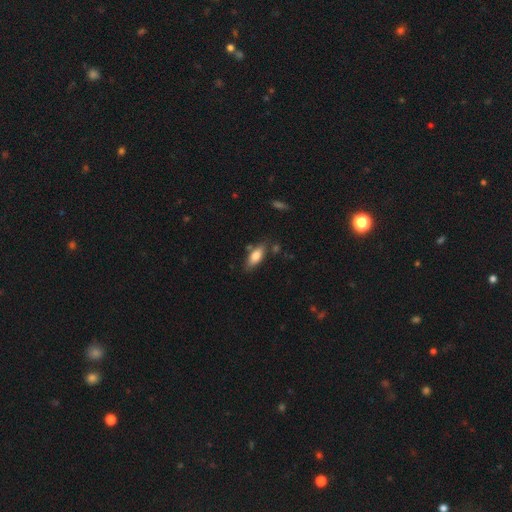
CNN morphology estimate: Q: Smooth or featured?
A: smooth (80%); runner-up: featured or disk (14%)
Q: How rounded?
A: in between (79%); runner-up: cigar-shaped (19%)
Q: Merging?
A: none (73%); runner-up: minor disturbance (17%)